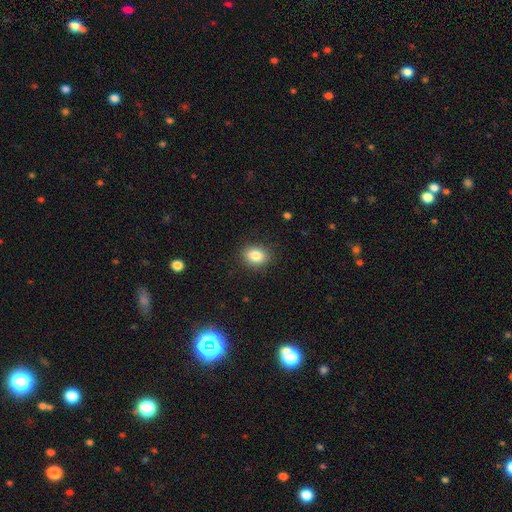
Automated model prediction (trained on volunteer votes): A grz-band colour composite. It shows a smooth galaxy with no disk features (85%) that is in between round and cigar-shaped (59%). Merging: none (87%).